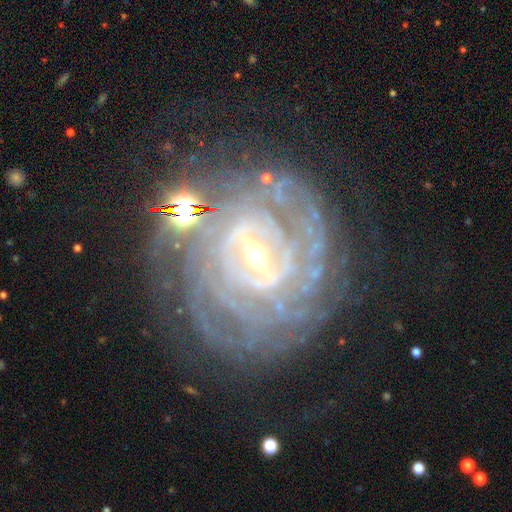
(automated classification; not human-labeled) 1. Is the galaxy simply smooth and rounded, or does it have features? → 88% featured or disk, 7% star or artifact, 5% smooth.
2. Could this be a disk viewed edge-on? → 97% no, 3% yes.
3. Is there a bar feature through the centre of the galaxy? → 45% weak, 38% strong, 17% no.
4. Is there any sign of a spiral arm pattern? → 96% yes, 4% no.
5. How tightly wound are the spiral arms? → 82% tight, 15% medium, 3% loose.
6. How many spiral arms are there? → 33% can't tell, 19% more than 4, 18% 4, 12% 3, 11% 2, 7% 1.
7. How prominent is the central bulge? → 50% small, 45% moderate, 3% large, 1% none, 1% dominant.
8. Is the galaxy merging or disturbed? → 74% none, 14% minor disturbance, 8% major disturbance, 4% merger.